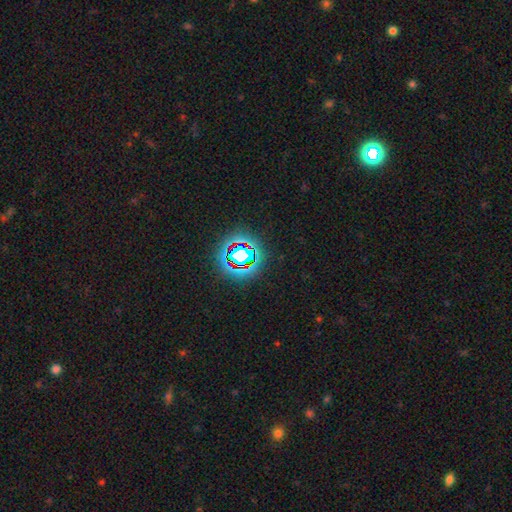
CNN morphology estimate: Q: Smooth or featured?
A: star or artifact (77%); runner-up: smooth (15%)